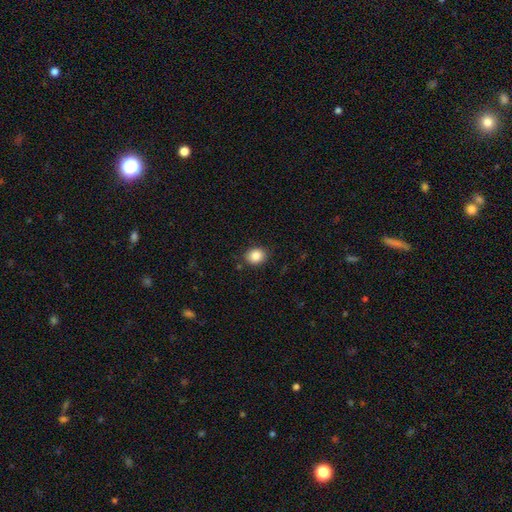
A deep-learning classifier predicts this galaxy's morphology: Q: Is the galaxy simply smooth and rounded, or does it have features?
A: smooth — 86%.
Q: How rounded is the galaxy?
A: round — 61%.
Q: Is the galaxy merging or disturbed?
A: none — 87%.